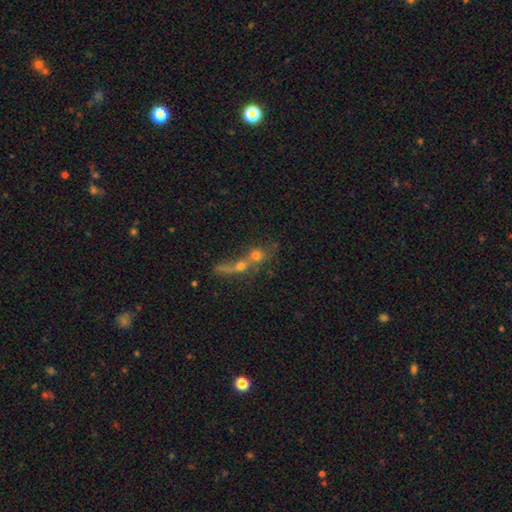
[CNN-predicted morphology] Smooth or featured?
  - smooth: 44% *
  - featured or disk: 31%
  - star or artifact: 26%
Merging?
  - merger: 53% *
  - none: 31%
  - major disturbance: 8%
  - minor disturbance: 8%